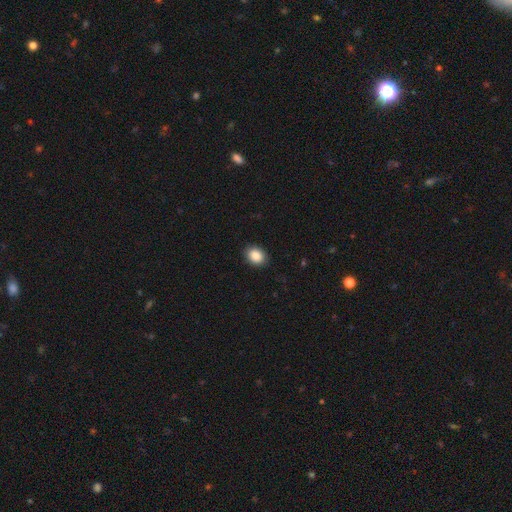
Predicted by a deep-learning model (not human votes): A smooth galaxy with no disk features (88%) that is in between round and cigar-shaped (62%). Merging: none (89%).